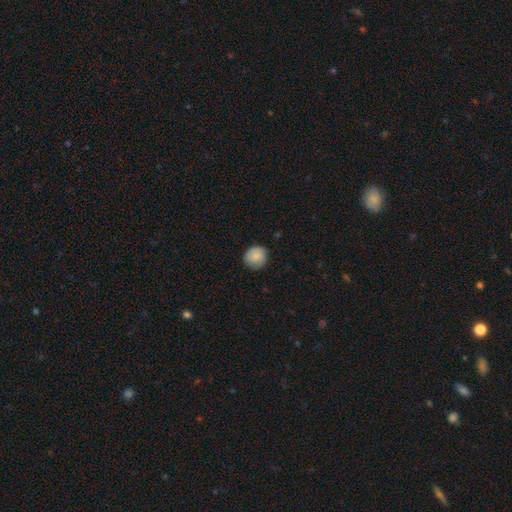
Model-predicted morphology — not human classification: Smooth or featured: smooth — 79% (featured or disk — 14%)
How rounded: round — 86% (in between — 13%)
Merging: none — 80% (minor disturbance — 16%)